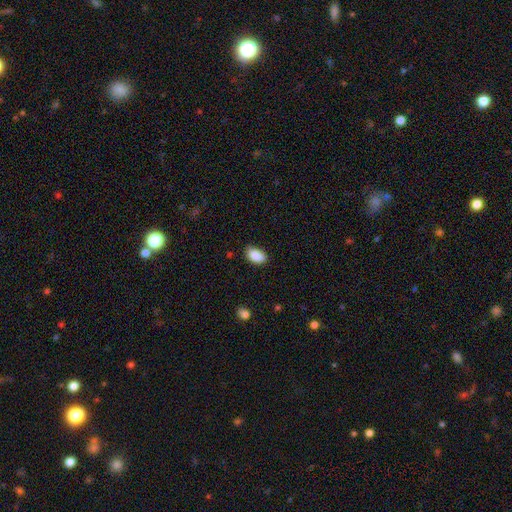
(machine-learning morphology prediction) This appears to be a smooth galaxy with no disk features (88%) that is in between round and cigar-shaped (91%). Merging: none (78%).